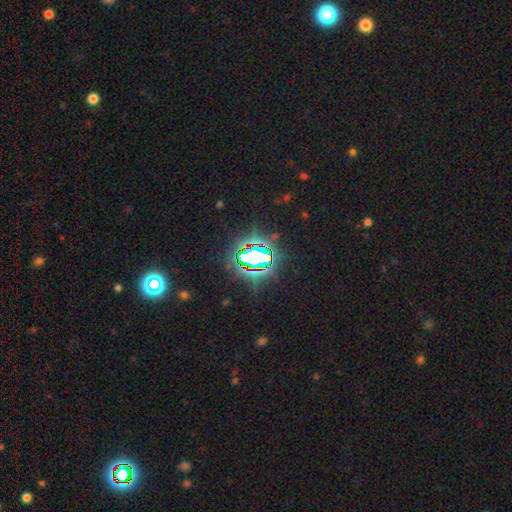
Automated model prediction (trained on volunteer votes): Smooth or featured? Predicted: star or artifact (p=0.75).